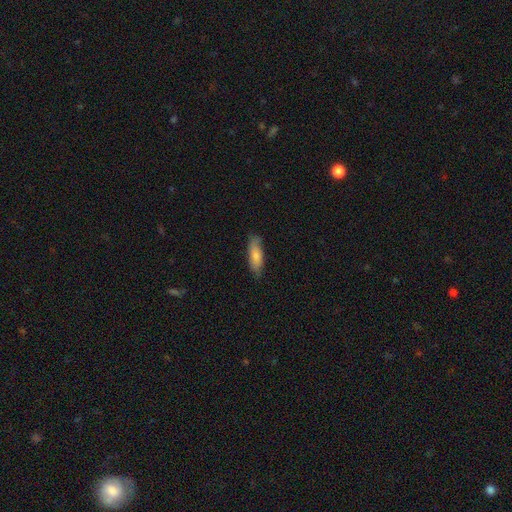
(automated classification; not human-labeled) Q: Smooth or featured?
A: smooth (78%); runner-up: featured or disk (16%)
Q: How rounded?
A: in between (53%); runner-up: cigar-shaped (46%)
Q: Merging?
A: none (78%); runner-up: minor disturbance (18%)